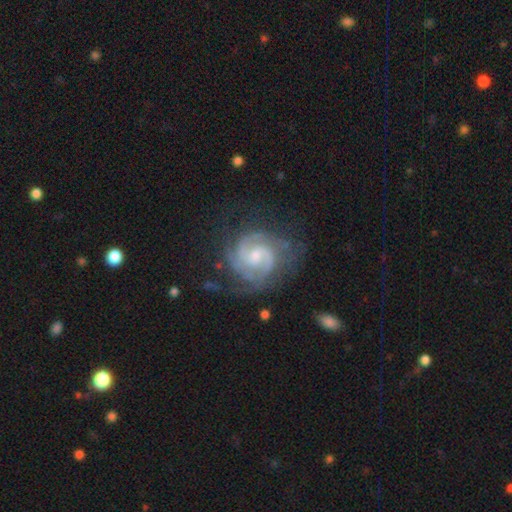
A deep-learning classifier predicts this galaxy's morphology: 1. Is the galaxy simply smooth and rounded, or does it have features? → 90% featured or disk, 6% smooth, 5% star or artifact.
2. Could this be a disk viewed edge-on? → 98% no, 2% yes.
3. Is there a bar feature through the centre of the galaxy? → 48% no, 45% weak, 8% strong.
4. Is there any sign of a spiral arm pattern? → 98% yes, 2% no.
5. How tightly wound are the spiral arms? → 50% tight, 42% medium, 7% loose.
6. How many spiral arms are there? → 66% 2, 15% 3, 10% can't tell, 4% 4, 3% 1, 3% more than 4.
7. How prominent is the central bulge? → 51% small, 41% moderate, 4% none, 3% large, 1% dominant.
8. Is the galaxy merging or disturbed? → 70% none, 19% minor disturbance, 10% major disturbance, 2% merger.